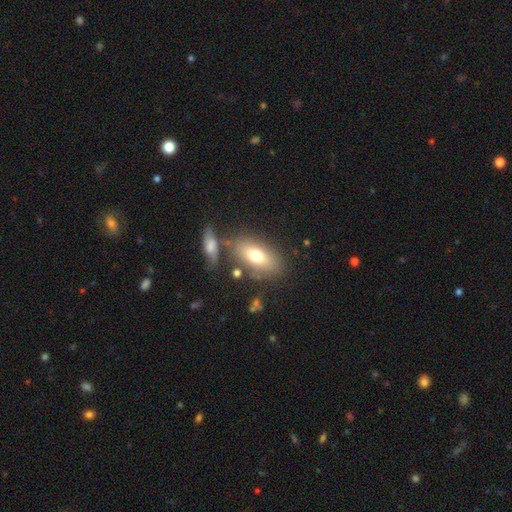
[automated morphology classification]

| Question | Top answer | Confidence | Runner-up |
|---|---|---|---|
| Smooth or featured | smooth | 69% | featured or disk (23%) |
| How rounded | in between | 83% | cigar-shaped (12%) |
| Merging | none | 72% | minor disturbance (13%) |